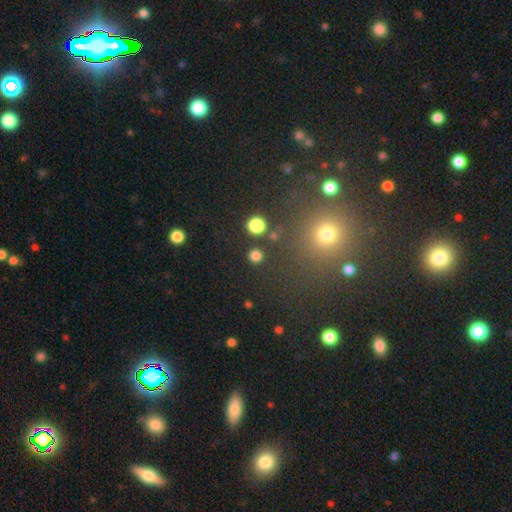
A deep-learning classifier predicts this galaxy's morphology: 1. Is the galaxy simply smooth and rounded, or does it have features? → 79% smooth, 17% star or artifact, 4% featured or disk.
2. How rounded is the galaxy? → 94% round, 5% in between, 1% cigar-shaped.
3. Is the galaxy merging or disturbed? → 89% none, 5% minor disturbance, 4% merger, 3% major disturbance.